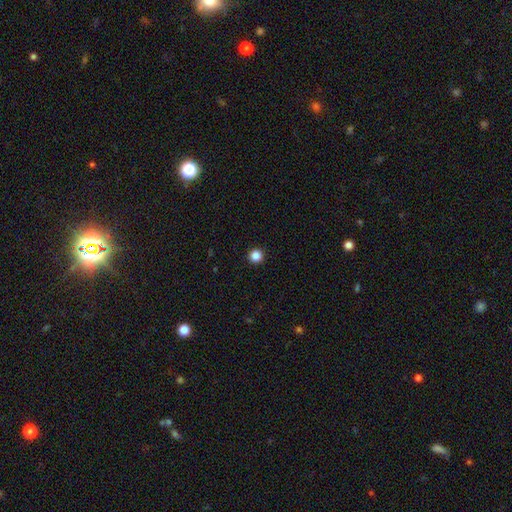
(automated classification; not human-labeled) Smooth or featured: smooth — 85% (star or artifact — 12%)
How rounded: round — 96% (in between — 3%)
Merging: none — 94% (minor disturbance — 4%)